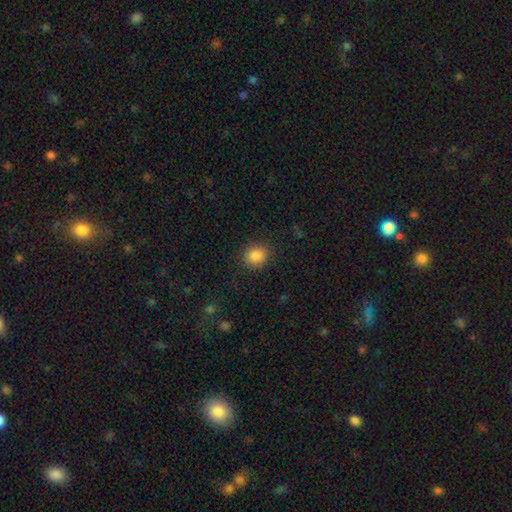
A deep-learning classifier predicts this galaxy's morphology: smooth 87%, star or artifact 10%, featured or disk 3%. Down the decision tree: how rounded — round (71%); merging — none (87%).